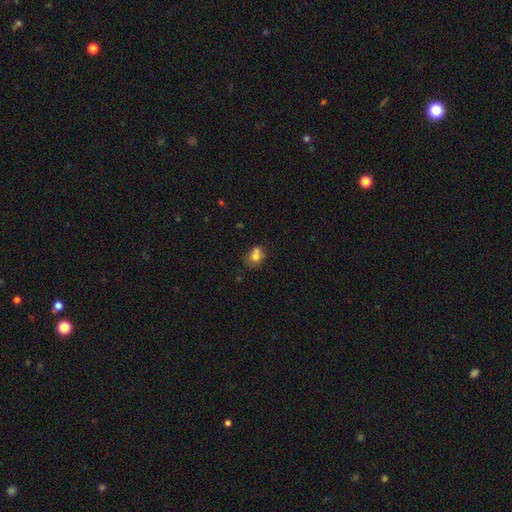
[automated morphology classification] Q: Smooth or featured?
A: smooth (70%); runner-up: featured or disk (18%)
Q: How rounded?
A: round (57%); runner-up: in between (42%)
Q: Merging?
A: merger (42%); runner-up: none (39%)